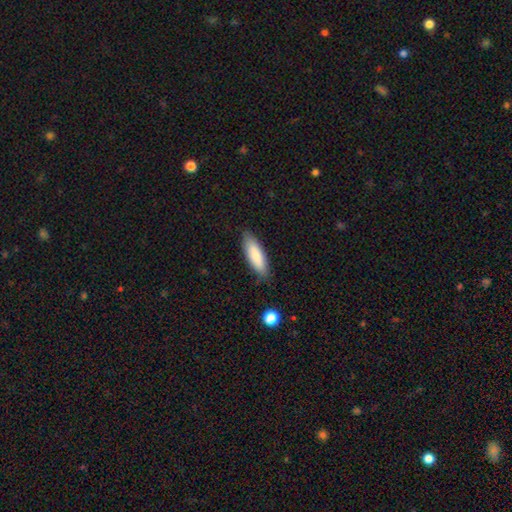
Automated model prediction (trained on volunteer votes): Q: Smooth or featured?
A: smooth (84%); runner-up: featured or disk (10%)
Q: How rounded?
A: in between (53%); runner-up: cigar-shaped (46%)
Q: Merging?
A: none (84%); runner-up: minor disturbance (13%)